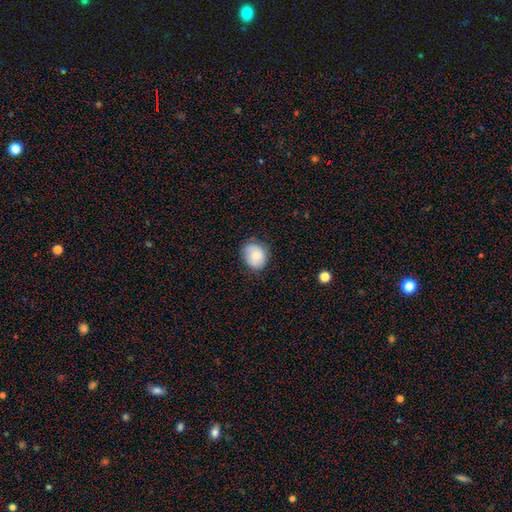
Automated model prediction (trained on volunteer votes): Morphology: type=smooth (75%); roundness=round (57%); merging=none (74%).